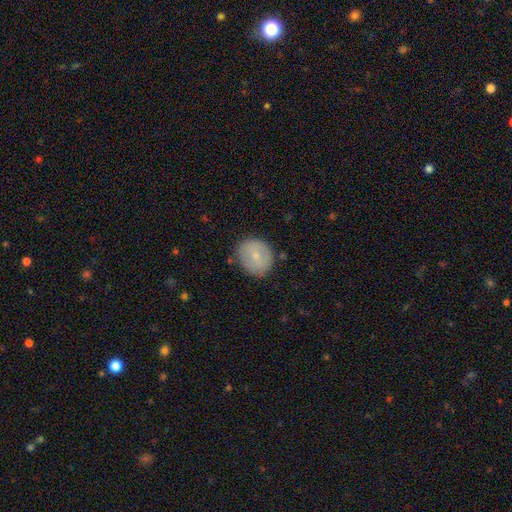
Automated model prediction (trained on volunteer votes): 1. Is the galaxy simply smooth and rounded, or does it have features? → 66% smooth, 27% featured or disk, 7% star or artifact.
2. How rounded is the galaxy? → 72% round, 27% in between, 1% cigar-shaped.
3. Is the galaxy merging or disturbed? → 81% none, 14% minor disturbance, 4% major disturbance, 2% merger.